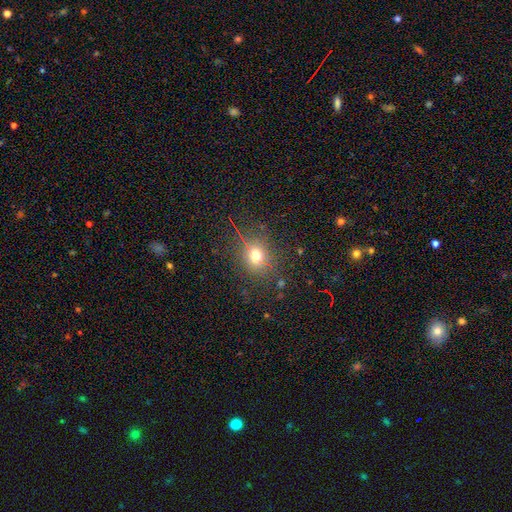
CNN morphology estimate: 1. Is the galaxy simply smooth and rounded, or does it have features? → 64% smooth, 24% star or artifact, 11% featured or disk.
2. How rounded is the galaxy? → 71% round, 27% in between, 2% cigar-shaped.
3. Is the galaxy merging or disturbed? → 83% none, 11% minor disturbance, 4% major disturbance, 2% merger.